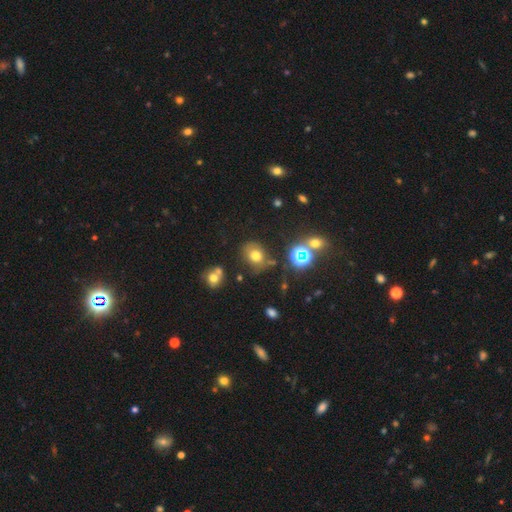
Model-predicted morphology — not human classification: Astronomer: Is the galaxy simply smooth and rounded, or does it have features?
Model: smooth — 67%.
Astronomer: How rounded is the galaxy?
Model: round — 63%.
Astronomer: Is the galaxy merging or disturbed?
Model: none — 66%.